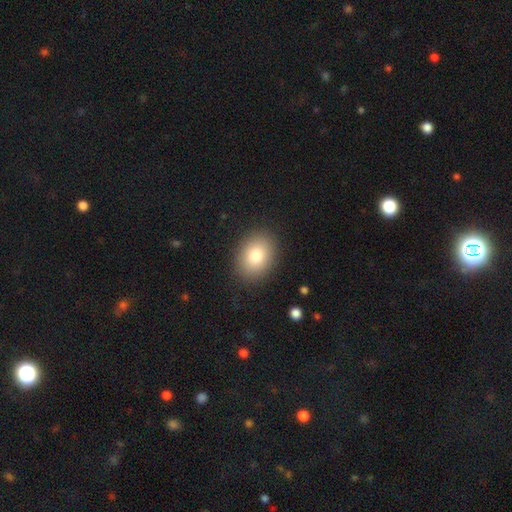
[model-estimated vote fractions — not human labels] smooth 81%, featured or disk 10%, star or artifact 9%. Down the decision tree: how rounded — in between (63%); merging — none (89%).